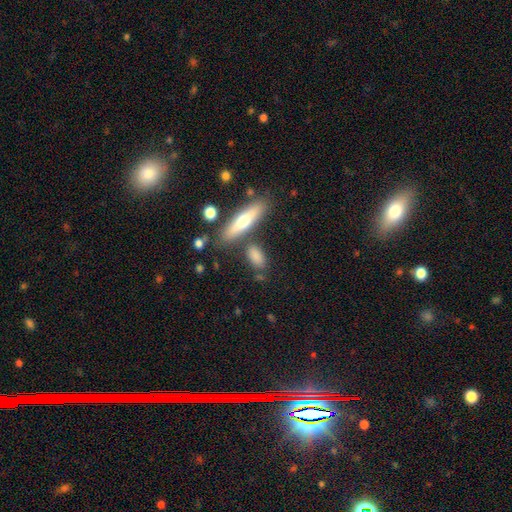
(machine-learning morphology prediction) This is likely a smooth galaxy (79%). How rounded: likely in between (69%). Merging: likely none (71%).